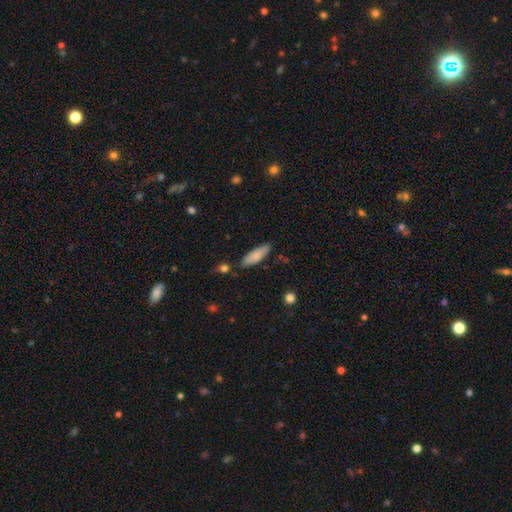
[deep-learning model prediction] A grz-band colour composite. It shows a smooth galaxy with no disk features (84%) that is in between round and cigar-shaped (61%). Merging: none (78%).